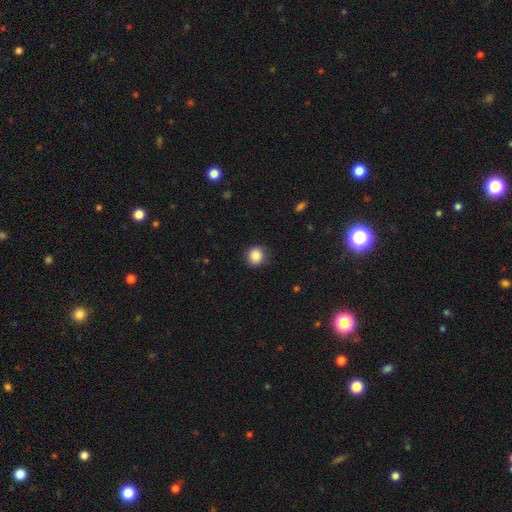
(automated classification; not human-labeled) Smooth or featured? smooth (87%)
How rounded? round (89%)
Merging? none (86%)